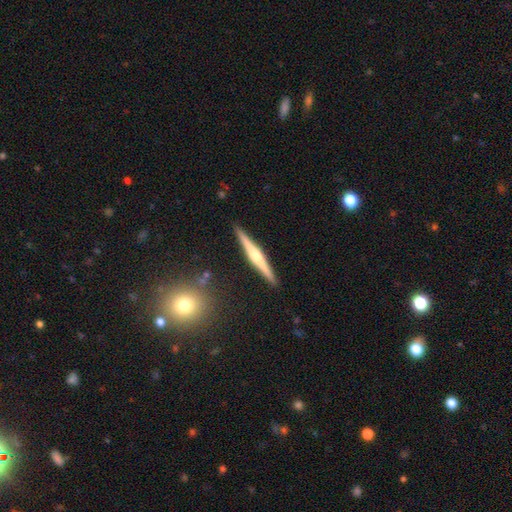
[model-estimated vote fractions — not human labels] featured or disk 70%, smooth 24%, star or artifact 6%. Down the decision tree: edge-on disk — yes (98%); edge-on bulge — rounded (78%); merging — none (90%).